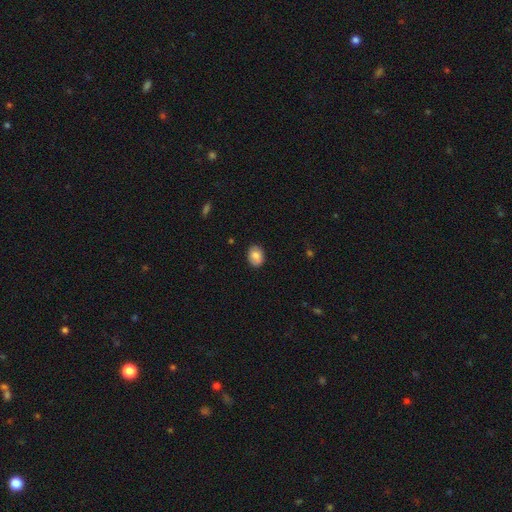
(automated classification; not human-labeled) The model was most divided on "how rounded": in between: 65%, round: 34%, cigar-shaped: 1%. More confident: merging — none (84%); smooth or featured — smooth (80%).